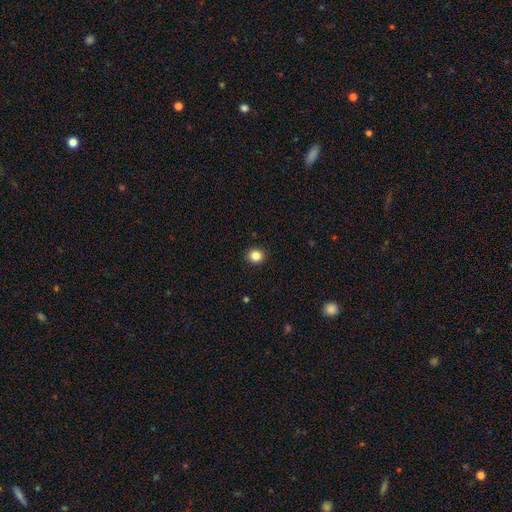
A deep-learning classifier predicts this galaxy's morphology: smooth 85%, star or artifact 11%, featured or disk 5%. Down the decision tree: how rounded — round (83%); merging — none (91%).